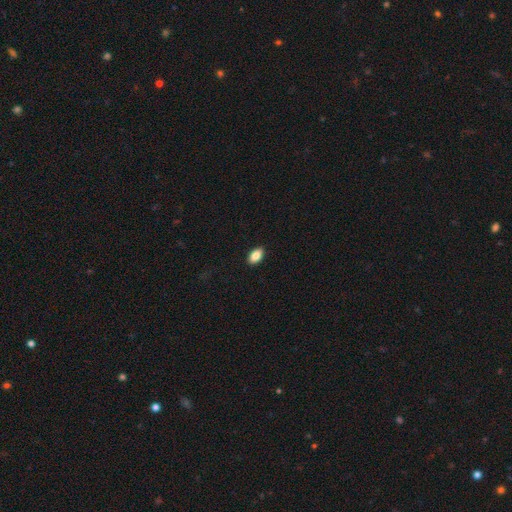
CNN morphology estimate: A smooth galaxy with no disk features (86%) that is in between round and cigar-shaped (92%). Merging: none (90%).